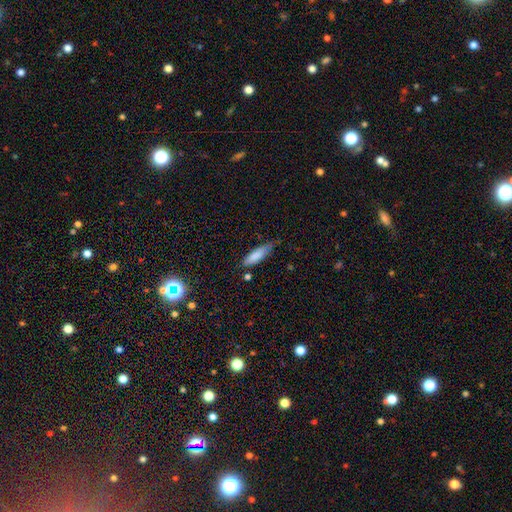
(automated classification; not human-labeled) The model was most divided on "how rounded": cigar-shaped: 58%, in between: 40%, round: 2%. More confident: smooth or featured — smooth (83%); merging — none (66%).